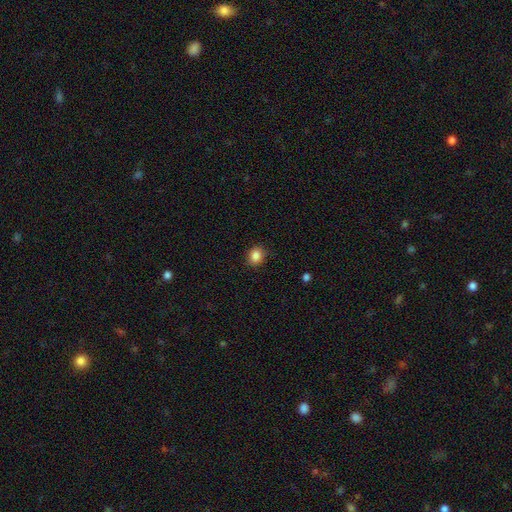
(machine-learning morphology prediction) smooth_or_featured: smooth (p=0.86) [alt: star or artifact p=0.10]
how_rounded: round (p=0.63) [alt: in between p=0.36]
merging: none (p=0.88) [alt: minor disturbance p=0.09]